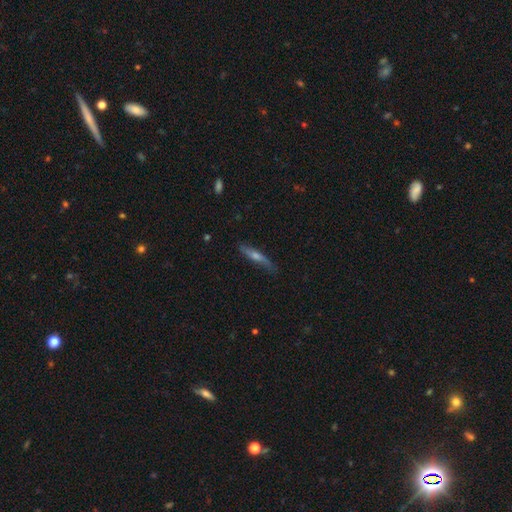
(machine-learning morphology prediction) featured or disk 58%, smooth 34%, star or artifact 8%. Down the decision tree: edge-on disk — yes (84%); merging — none (74%).